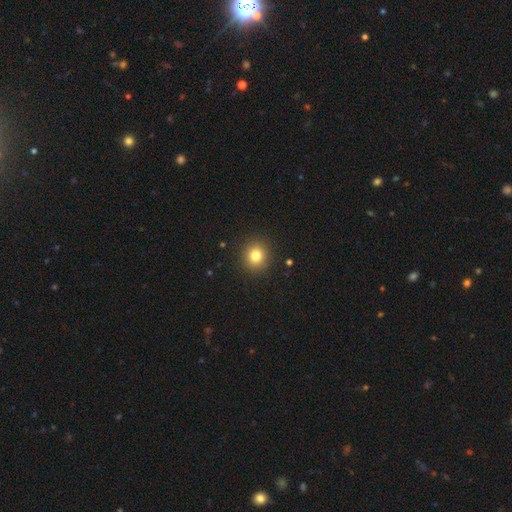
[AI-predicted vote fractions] This is clearly a smooth galaxy (80%). How rounded: clearly round (84%). Merging: clearly none (91%).